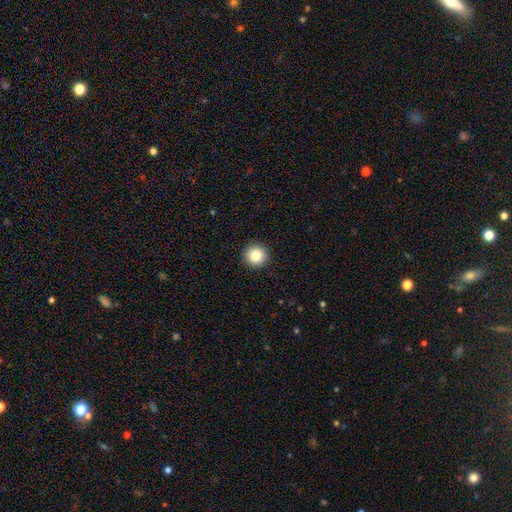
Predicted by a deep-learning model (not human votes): smooth_or_featured: smooth (p=0.84) [alt: star or artifact p=0.10]
how_rounded: round (p=0.96) [alt: in between p=0.04]
merging: none (p=0.93) [alt: minor disturbance p=0.05]